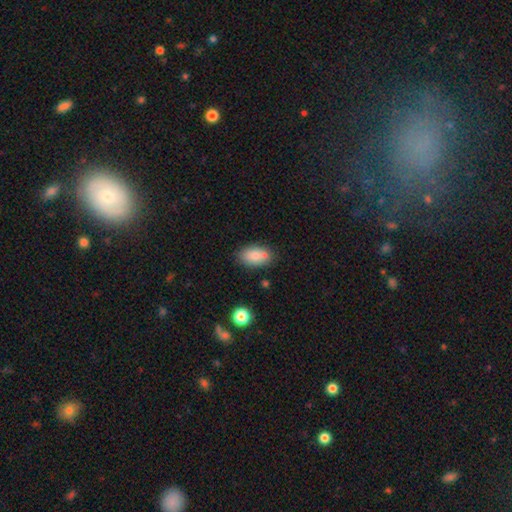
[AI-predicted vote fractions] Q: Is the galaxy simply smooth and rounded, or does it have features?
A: smooth — 84%.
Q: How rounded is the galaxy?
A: in between — 91%.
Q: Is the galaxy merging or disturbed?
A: none — 70%.